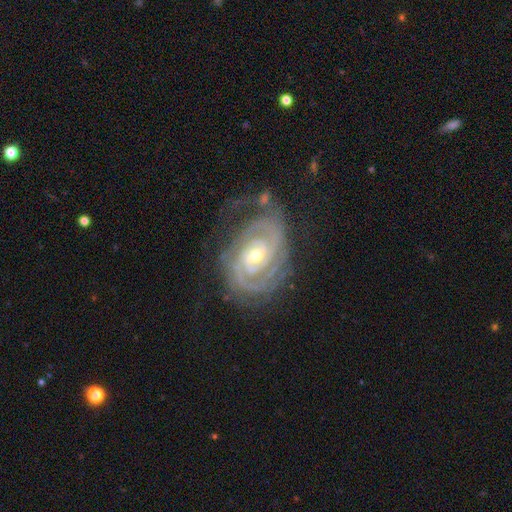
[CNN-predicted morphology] A featured or disk galaxy (91%) with no bar (46%), 2 (48%) tight (79%) spiral arms (98%) and a small central bulge (49%). Merging: none (62%).